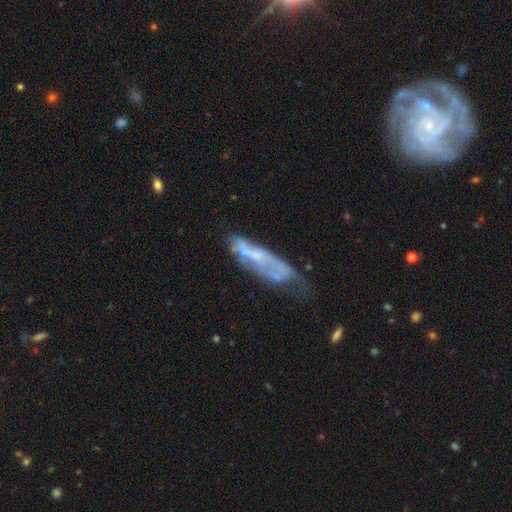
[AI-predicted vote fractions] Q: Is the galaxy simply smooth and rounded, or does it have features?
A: featured or disk — 60%.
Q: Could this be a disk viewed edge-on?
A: no — 73%.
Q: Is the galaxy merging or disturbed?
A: none — 36%.